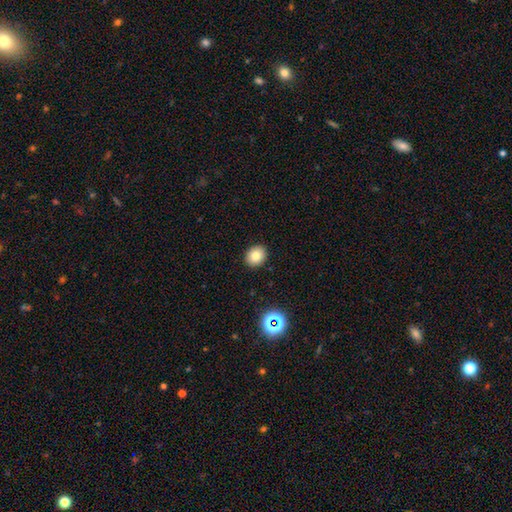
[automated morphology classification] This is likely a smooth galaxy (80%). How rounded: likely round (64%). Merging: clearly none (90%).